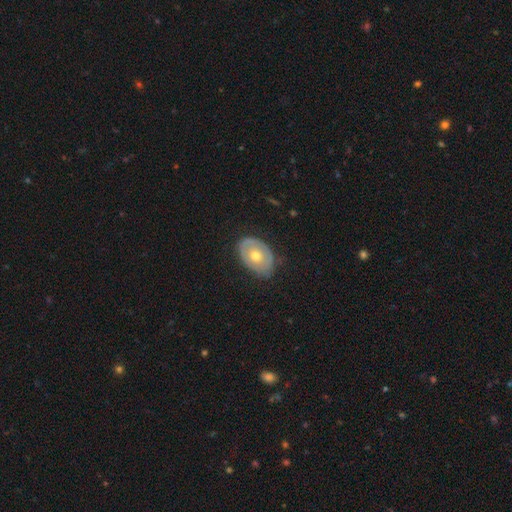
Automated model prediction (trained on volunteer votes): This appears to be a featured or disk galaxy (47%, tied with smooth). Merging: none (73%).